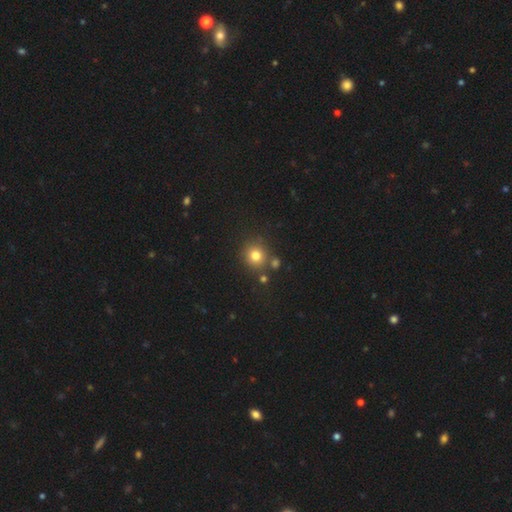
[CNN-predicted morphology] Smooth or featured? Predicted: smooth (p=0.78). How rounded? Predicted: round (p=0.87). Merging? Predicted: none (p=0.76).